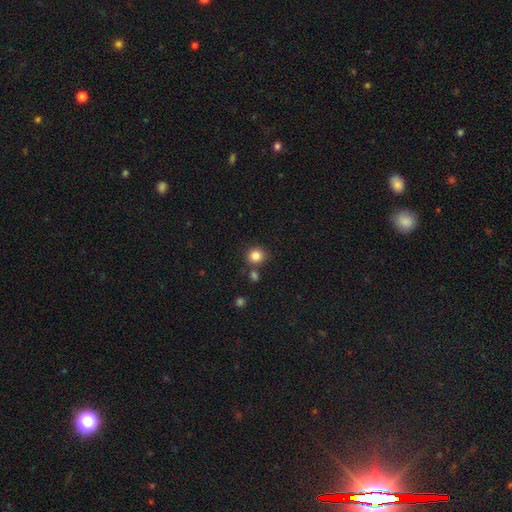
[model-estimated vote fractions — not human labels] Smooth or featured?
  - smooth: 84% *
  - star or artifact: 11%
  - featured or disk: 5%
How rounded?
  - round: 88% *
  - in between: 11%
  - cigar-shaped: 1%
Merging?
  - none: 79% *
  - merger: 10%
  - minor disturbance: 9%
  - major disturbance: 3%